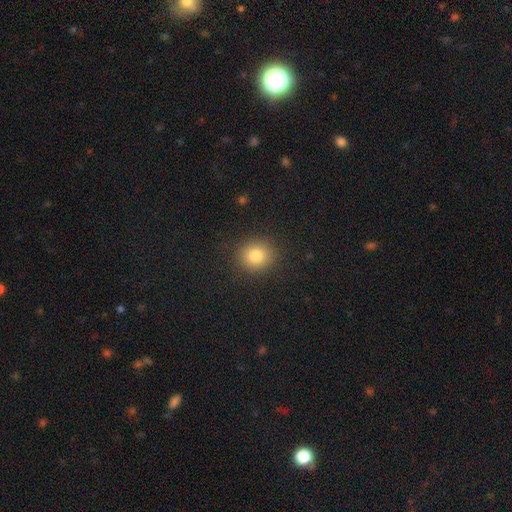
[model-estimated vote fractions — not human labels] smooth_or_featured: smooth (p=0.82) [alt: star or artifact p=0.11]
how_rounded: round (p=0.81) [alt: in between p=0.18]
merging: none (p=0.89) [alt: minor disturbance p=0.07]